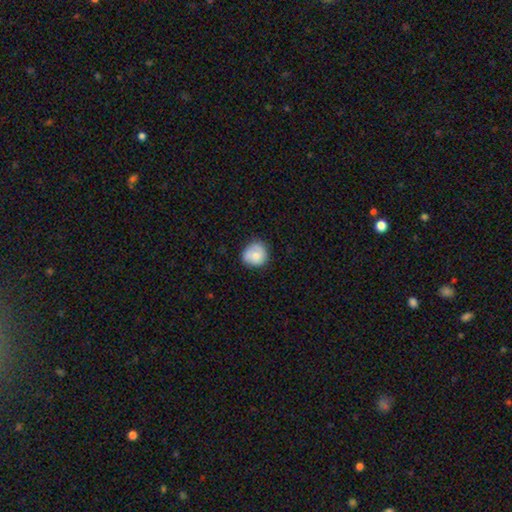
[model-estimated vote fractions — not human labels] Smooth or featured? smooth (75%)
How rounded? round (82%)
Merging? none (69%)